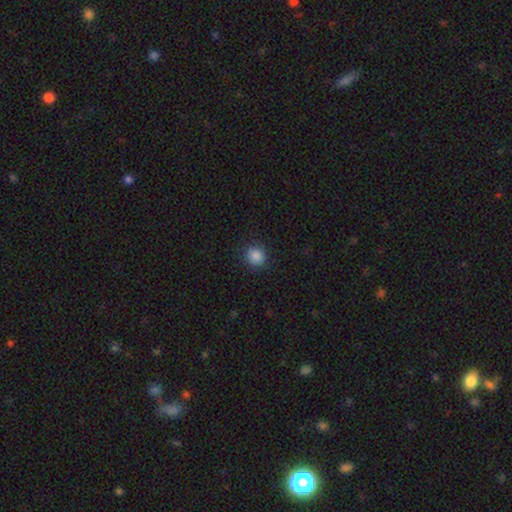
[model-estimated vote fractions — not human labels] This is clearly a smooth galaxy (87%). How rounded: clearly round (89%). Merging: clearly none (88%).